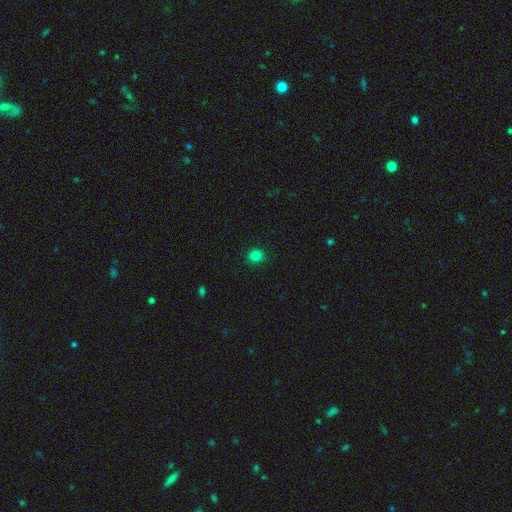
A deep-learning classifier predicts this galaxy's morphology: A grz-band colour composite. It shows a smooth galaxy with no disk features (82%) that is round (90%). Merging: none (91%).